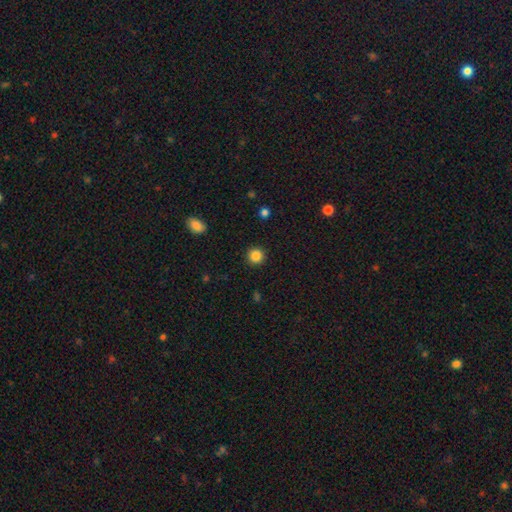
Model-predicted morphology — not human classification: This appears to be a smooth galaxy with no disk features (85%) that is round (95%). Merging: none (92%).